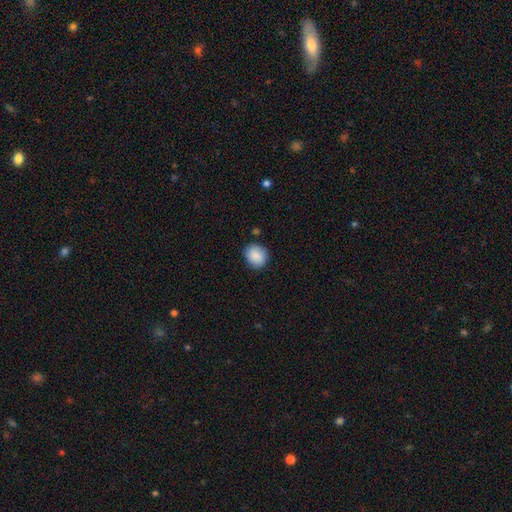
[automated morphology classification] smooth_or_featured: smooth (p=0.89) [alt: star or artifact p=0.07]
how_rounded: round (p=0.72) [alt: in between p=0.27]
merging: none (p=0.84) [alt: minor disturbance p=0.11]